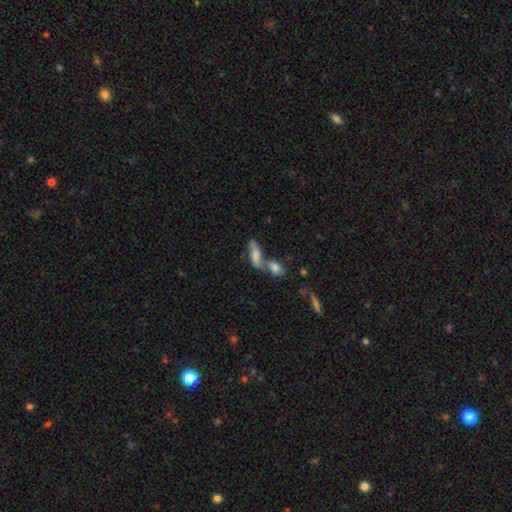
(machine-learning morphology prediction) type=smooth (67%); roundness=in between (57%); merging=merger (52%).